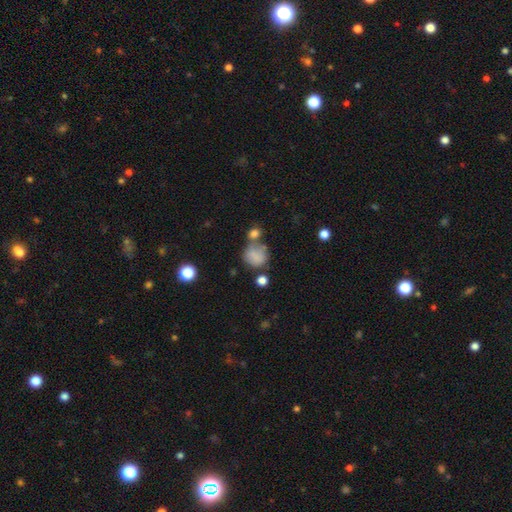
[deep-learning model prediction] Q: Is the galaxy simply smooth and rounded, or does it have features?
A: smooth — 78%.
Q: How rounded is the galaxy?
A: round — 74%.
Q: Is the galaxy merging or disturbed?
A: none — 48%.